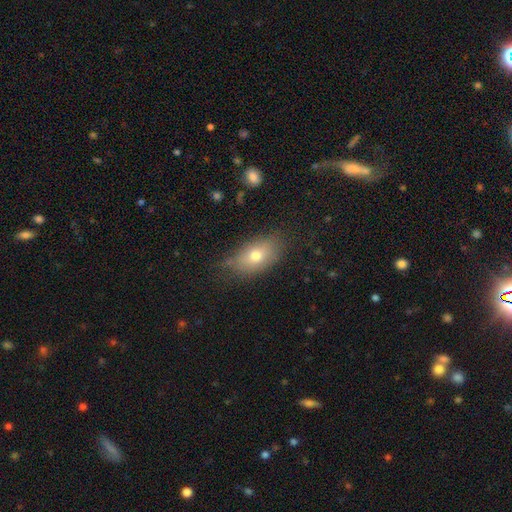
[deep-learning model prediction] Smooth or featured: smooth — 70% (featured or disk — 19%)
How rounded: in between — 86% (round — 10%)
Merging: none — 71% (minor disturbance — 21%)